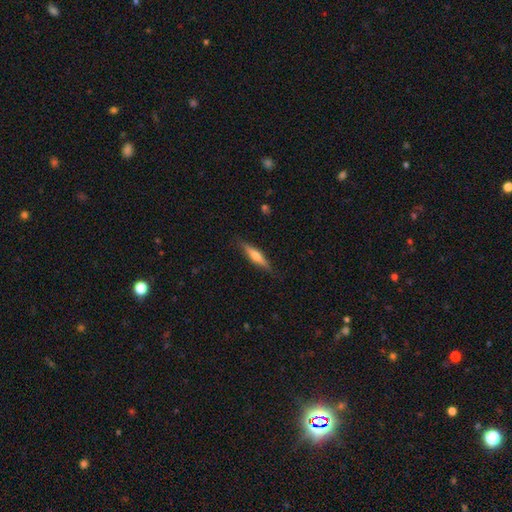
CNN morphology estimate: A featured or disk galaxy (55%) viewed edge-on (96%) with a rounded central bulge (84%).

Vote fractions:
- Smooth or featured? featured or disk: 55% / smooth: 39% / star or artifact: 6%
- Edge-on disk? yes: 96% / no: 4%
- Edge-on bulge? rounded: 84% / none: 9% / boxy: 7%
- Merging? none: 87% / minor disturbance: 10% / major disturbance: 2% / merger: 1%